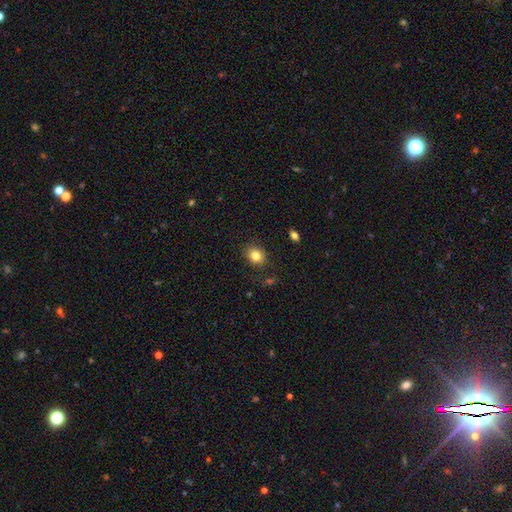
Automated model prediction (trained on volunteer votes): Morphology: type=smooth (82%); roundness=round (53%); merging=none (85%).